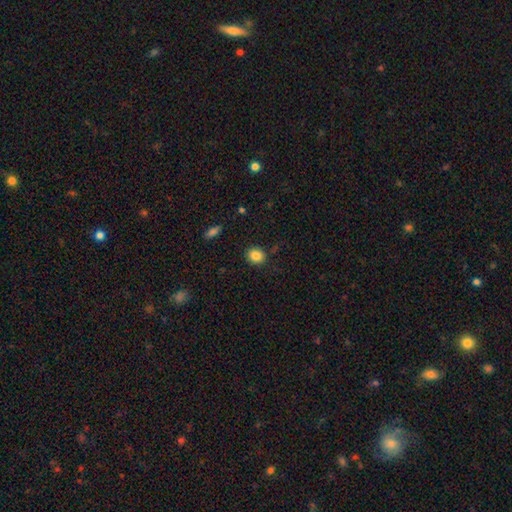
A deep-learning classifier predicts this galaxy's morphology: Overall: smooth (85%). How rounded: round (69%; in between 30%). Merging: none (86%).